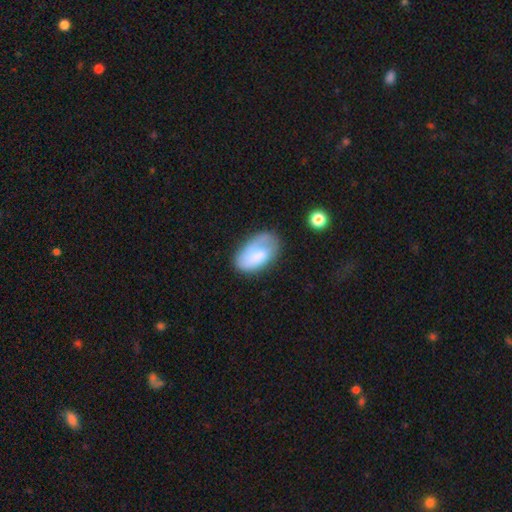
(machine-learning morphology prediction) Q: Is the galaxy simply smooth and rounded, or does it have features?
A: smooth — 68%.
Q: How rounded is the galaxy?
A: in between — 94%.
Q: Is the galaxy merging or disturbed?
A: none — 53%.